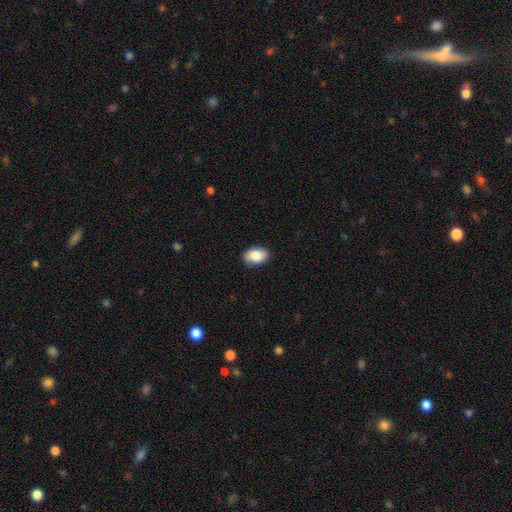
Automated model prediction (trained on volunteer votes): The model was most divided on "smooth or featured": smooth: 83%, featured or disk: 10%, star or artifact: 7%. More confident: how rounded — in between (88%); merging — none (87%).